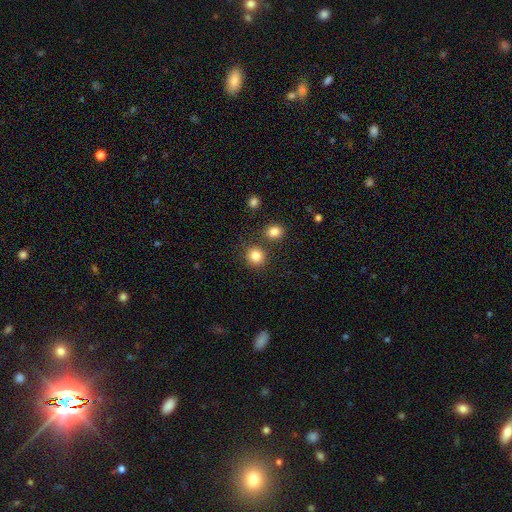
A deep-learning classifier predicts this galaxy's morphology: Smooth or featured?
  - smooth: 84% *
  - star or artifact: 11%
  - featured or disk: 5%
How rounded?
  - round: 86% *
  - in between: 13%
  - cigar-shaped: 1%
Merging?
  - none: 79% *
  - merger: 10%
  - minor disturbance: 8%
  - major disturbance: 3%